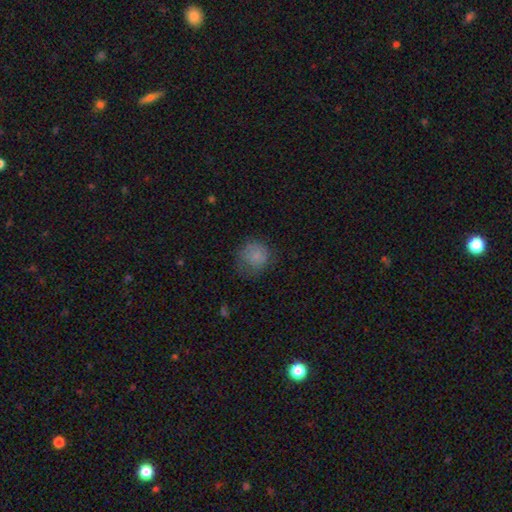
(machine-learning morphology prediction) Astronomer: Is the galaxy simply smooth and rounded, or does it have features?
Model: smooth — 79%.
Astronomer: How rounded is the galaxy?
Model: round — 83%.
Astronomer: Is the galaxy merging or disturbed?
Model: none — 57%.